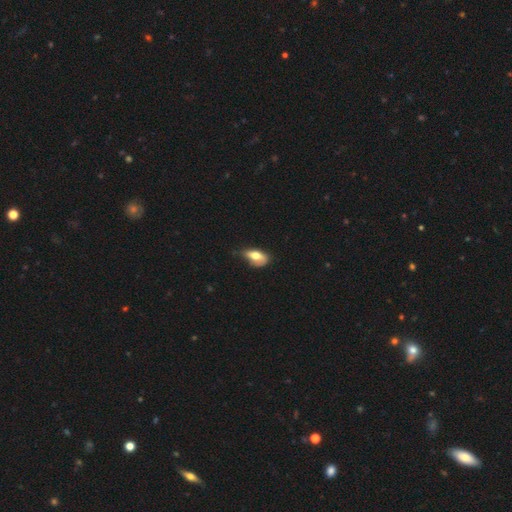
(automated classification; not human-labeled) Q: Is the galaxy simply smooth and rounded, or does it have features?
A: smooth — 67%.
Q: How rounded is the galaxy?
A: in between — 86%.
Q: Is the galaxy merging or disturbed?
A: minor disturbance — 42%.